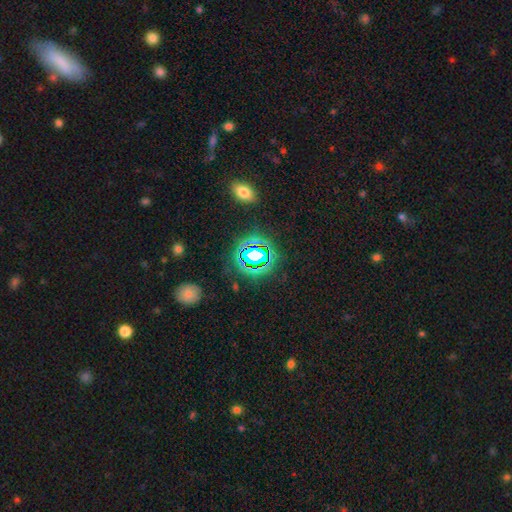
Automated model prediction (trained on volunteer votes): A star or artifact, not a galaxy (68%).